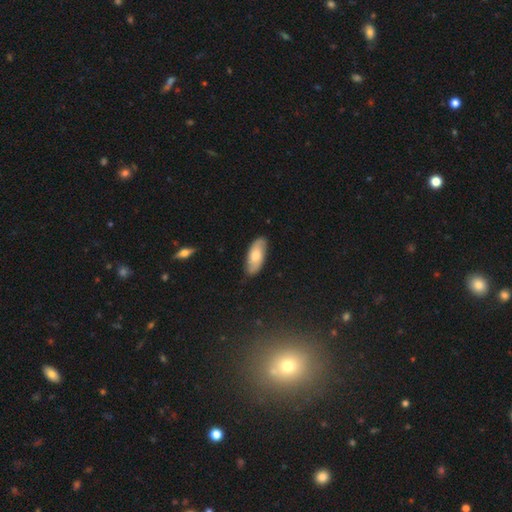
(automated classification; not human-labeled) Smooth or featured: smooth — 65% (featured or disk — 30%)
How rounded: in between — 85% (cigar-shaped — 13%)
Merging: none — 83% (minor disturbance — 14%)